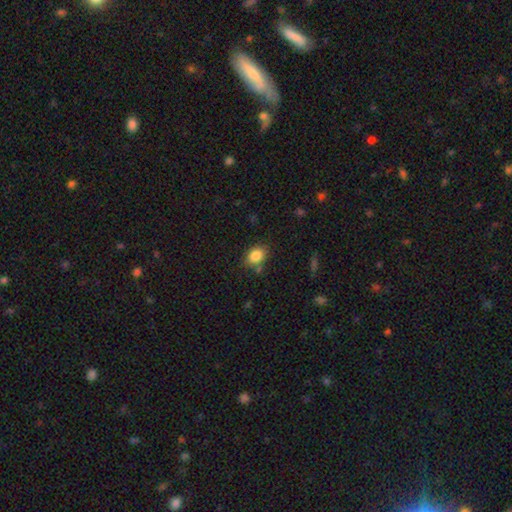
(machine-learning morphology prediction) smooth_or_featured: smooth (p=0.84) [alt: star or artifact p=0.09]
how_rounded: in between (p=0.66) [alt: round p=0.32]
merging: none (p=0.76) [alt: minor disturbance p=0.14]